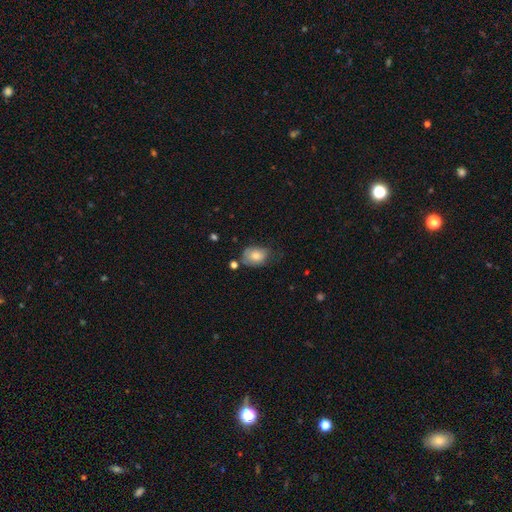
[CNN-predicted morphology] Smooth or featured? smooth (75%)
How rounded? in between (72%)
Merging? none (45%)